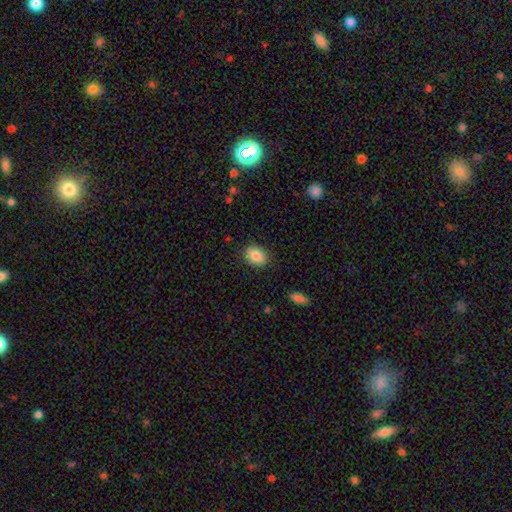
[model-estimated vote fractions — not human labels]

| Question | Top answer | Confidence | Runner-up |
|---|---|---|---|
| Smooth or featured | smooth | 85% | star or artifact (8%) |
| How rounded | in between | 69% | round (30%) |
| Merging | none | 86% | minor disturbance (10%) |